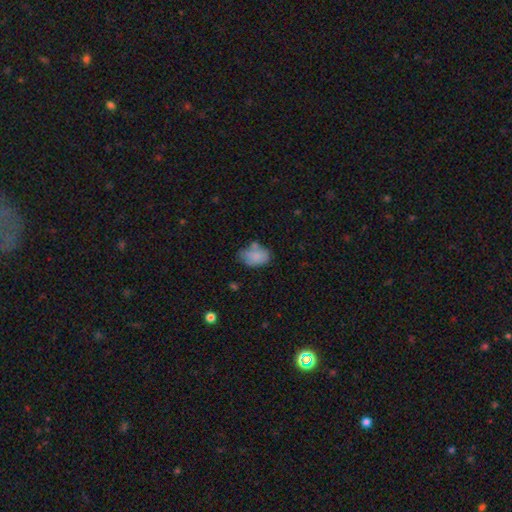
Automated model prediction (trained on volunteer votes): A smooth galaxy with no disk features (79%) that is in between round and cigar-shaped (84%). Merging: none (50%).